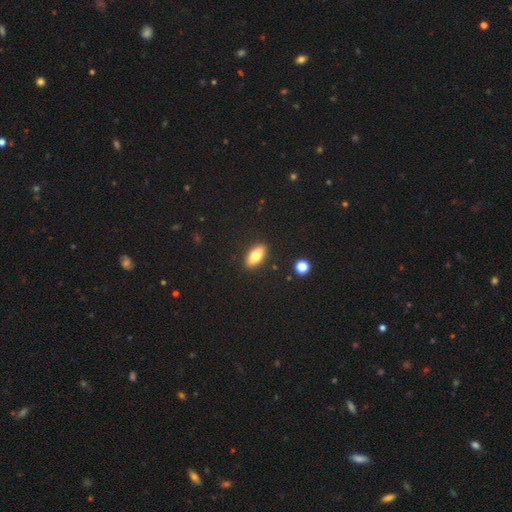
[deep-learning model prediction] Smooth or featured: smooth — 76% (featured or disk — 16%)
How rounded: in between — 86% (cigar-shaped — 9%)
Merging: none — 89% (minor disturbance — 7%)